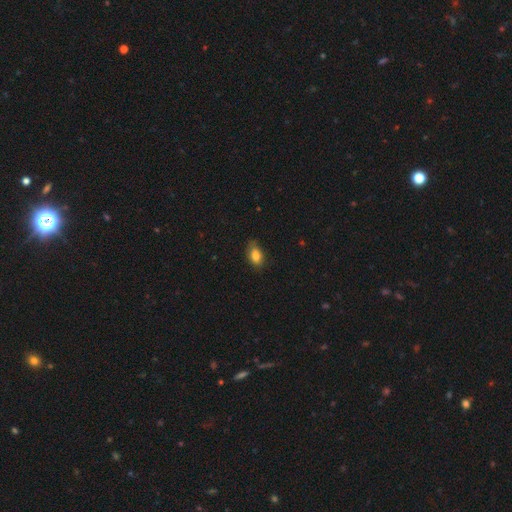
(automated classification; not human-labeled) smooth_or_featured: smooth (p=0.83) [alt: star or artifact p=0.08]
how_rounded: in between (p=0.85) [alt: round p=0.12]
merging: none (p=0.72) [alt: minor disturbance p=0.23]